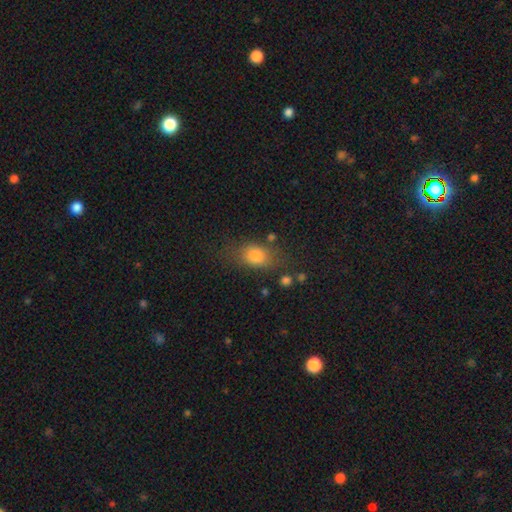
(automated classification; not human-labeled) smooth_or_featured: smooth (p=0.79) [alt: star or artifact p=0.11]
how_rounded: in between (p=0.66) [alt: round p=0.31]
merging: none (p=0.68) [alt: minor disturbance p=0.19]